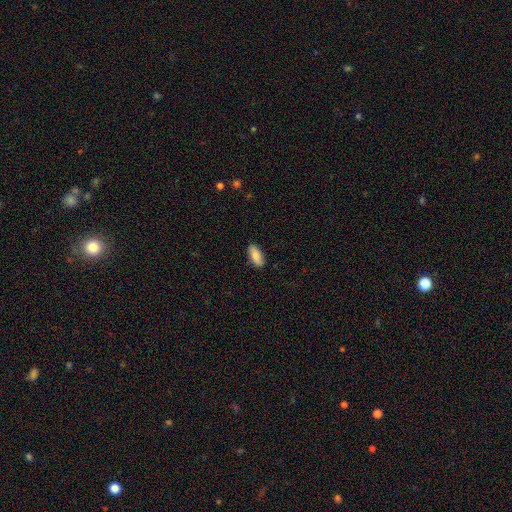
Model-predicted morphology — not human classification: This is clearly a smooth galaxy (83%). How rounded: clearly in between (87%). Merging: clearly none (87%).